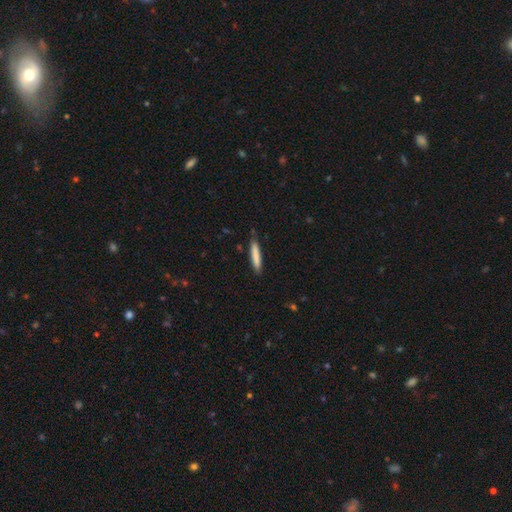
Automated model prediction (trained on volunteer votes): smooth-or-featured: smooth: 80% | featured or disk: 14% | star or artifact: 6%
  how-rounded: cigar-shaped: 92% | in between: 7% | round: 1%
  merging: none: 84% | minor disturbance: 13% | major disturbance: 2% | merger: 1%